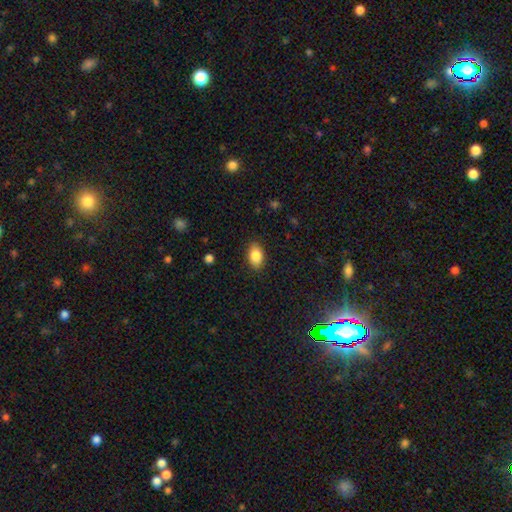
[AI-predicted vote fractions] Q: Smooth or featured?
A: smooth (86%); runner-up: star or artifact (8%)
Q: How rounded?
A: in between (89%); runner-up: round (9%)
Q: Merging?
A: none (87%); runner-up: minor disturbance (9%)